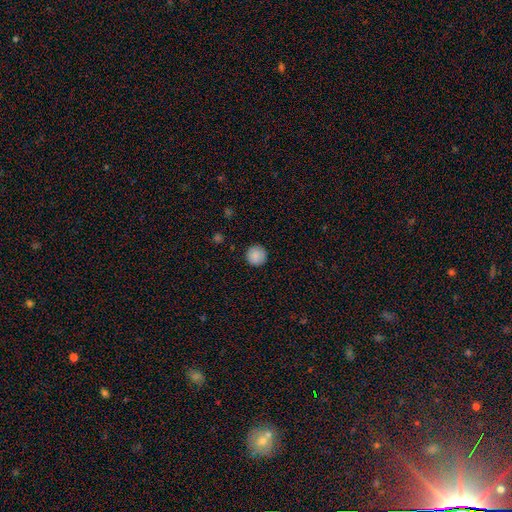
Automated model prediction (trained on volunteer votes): Morphology: type=smooth (88%); roundness=round (96%); merging=none (91%).